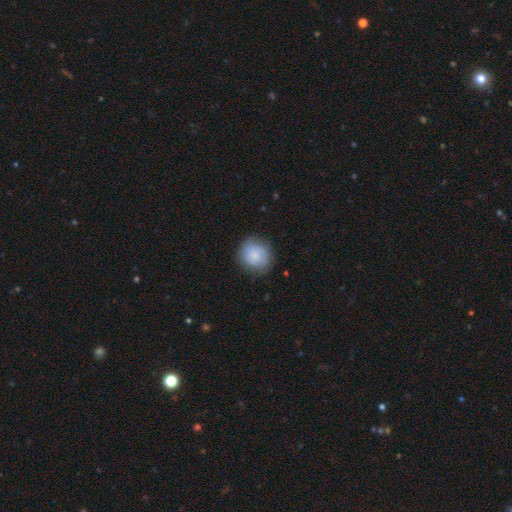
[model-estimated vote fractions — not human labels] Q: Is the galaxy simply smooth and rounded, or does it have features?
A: smooth — 83%.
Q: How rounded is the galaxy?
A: round — 88%.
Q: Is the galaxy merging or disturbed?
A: none — 81%.